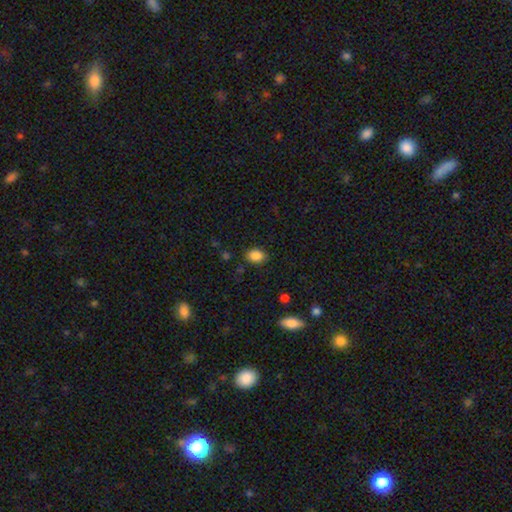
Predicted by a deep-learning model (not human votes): This appears to be a smooth galaxy with no disk features (86%) that is in between round and cigar-shaped (71%). Merging: none (84%).